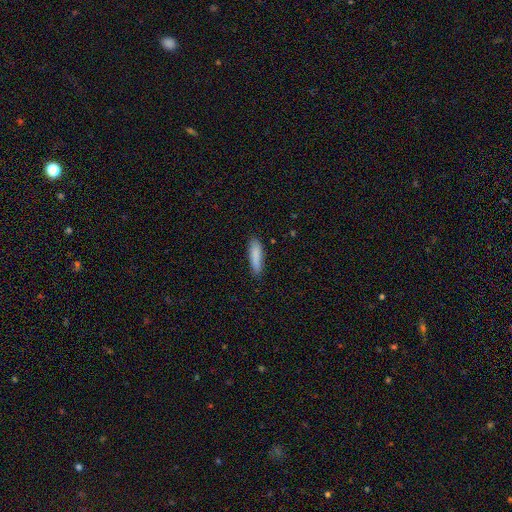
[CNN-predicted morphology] This is clearly a smooth galaxy (86%). How rounded: likely cigar-shaped (70%). Merging: clearly none (85%).